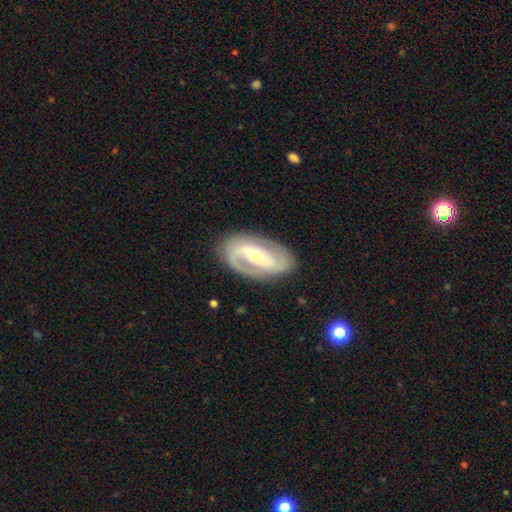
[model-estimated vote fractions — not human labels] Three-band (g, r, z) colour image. It shows a featured or disk galaxy (87%) with a strong bar (43%), 2 (88%) medium (46%) spiral arms (95%) and a small central bulge (59%). Merging: none (83%).